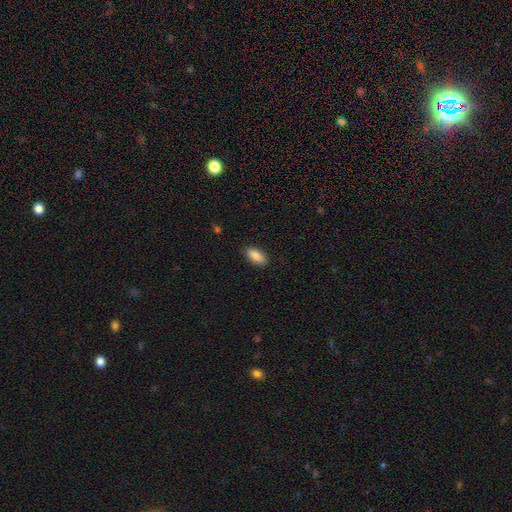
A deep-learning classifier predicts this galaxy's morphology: Smooth or featured? smooth (89%)
How rounded? in between (92%)
Merging? none (88%)